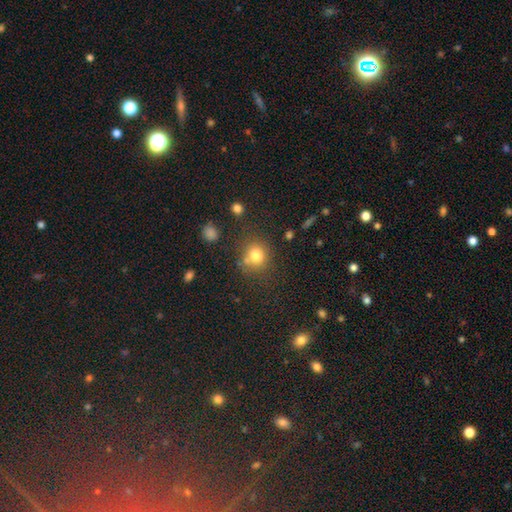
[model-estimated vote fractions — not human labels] This appears to be a smooth galaxy with no disk features (78%) that is round (80%). Merging: none (68%).